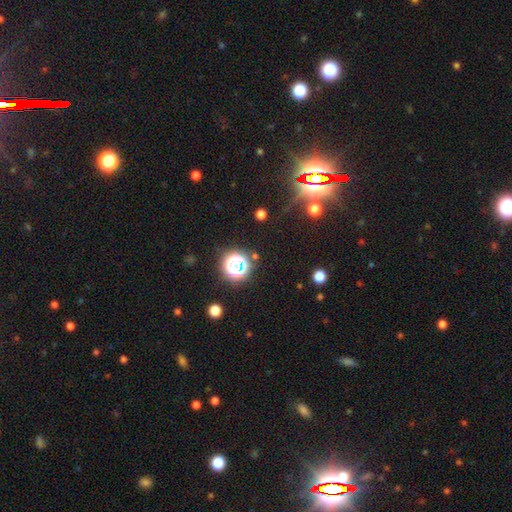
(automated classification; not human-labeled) Morphology: type=star or artifact (72%).